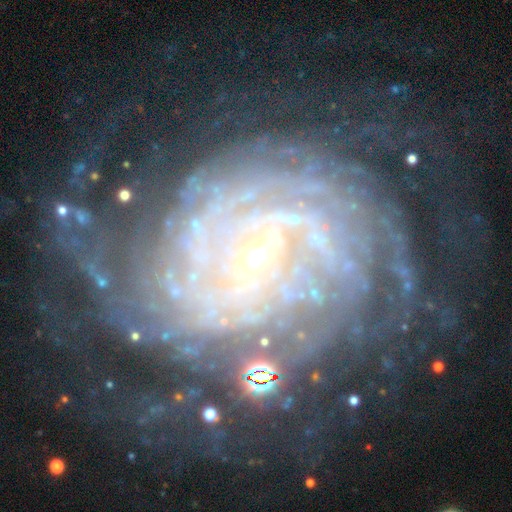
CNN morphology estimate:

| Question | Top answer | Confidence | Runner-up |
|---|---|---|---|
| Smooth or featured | featured or disk | 88% | star or artifact (7%) |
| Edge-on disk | no | 97% | yes (3%) |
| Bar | no | 48% | weak (36%) |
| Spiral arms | yes | 97% | no (3%) |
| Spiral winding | tight | 77% | medium (18%) |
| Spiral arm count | can't tell | 29% | more than 4 (25%) |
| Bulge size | small | 87% | moderate (8%) |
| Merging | none | 66% | minor disturbance (16%) |